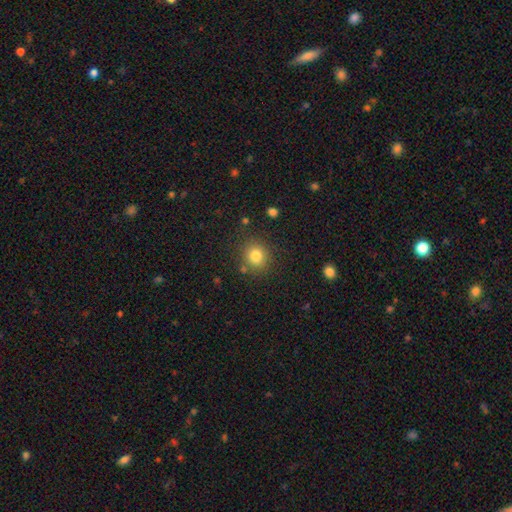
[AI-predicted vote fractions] smooth_or_featured: smooth (p=0.81) [alt: star or artifact p=0.12]
how_rounded: round (p=0.83) [alt: in between p=0.16]
merging: none (p=0.83) [alt: minor disturbance p=0.10]